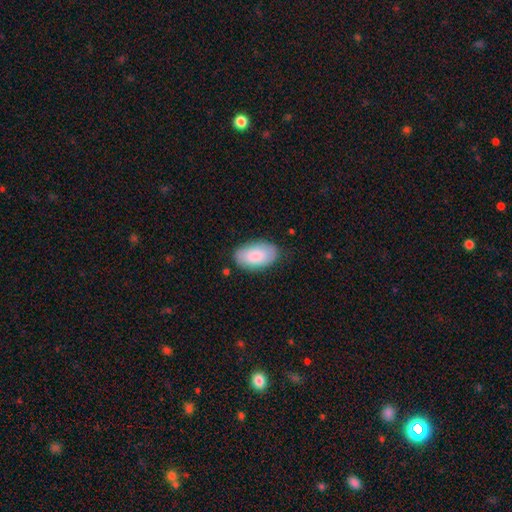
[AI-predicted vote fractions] The model was most divided on "merging": none: 81%, minor disturbance: 14%, major disturbance: 3%, merger: 1%. More confident: how rounded — in between (95%); smooth or featured — smooth (84%).